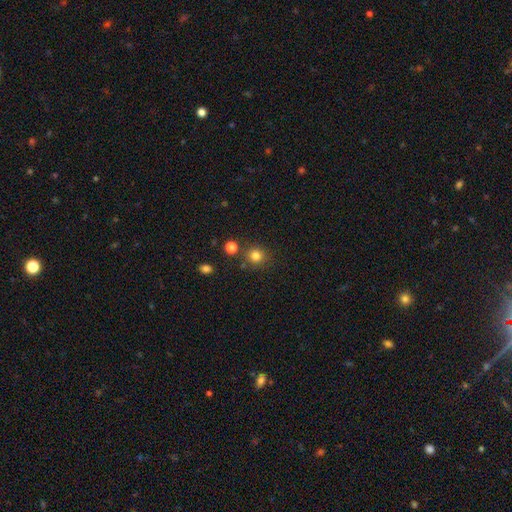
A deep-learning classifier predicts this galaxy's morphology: A smooth galaxy with no disk features (81%) that is round (89%).

Vote fractions:
- Smooth or featured? smooth: 81% / star or artifact: 14% / featured or disk: 6%
- How rounded? round: 89% / in between: 10% / cigar-shaped: 1%
- Merging? none: 81% / minor disturbance: 9% / merger: 7% / major disturbance: 3%